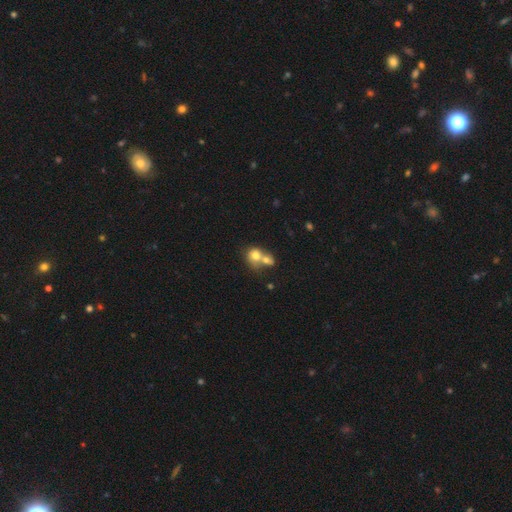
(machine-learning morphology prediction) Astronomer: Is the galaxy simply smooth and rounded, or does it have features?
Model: smooth — 72%.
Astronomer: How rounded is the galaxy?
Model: round — 68%.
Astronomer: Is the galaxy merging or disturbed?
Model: merger — 67%.